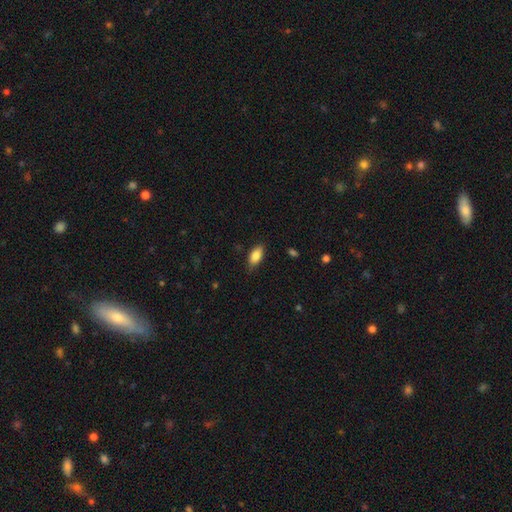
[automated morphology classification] This appears to be a smooth galaxy with no disk features (84%) that is in between round and cigar-shaped (89%). Merging: none (81%).